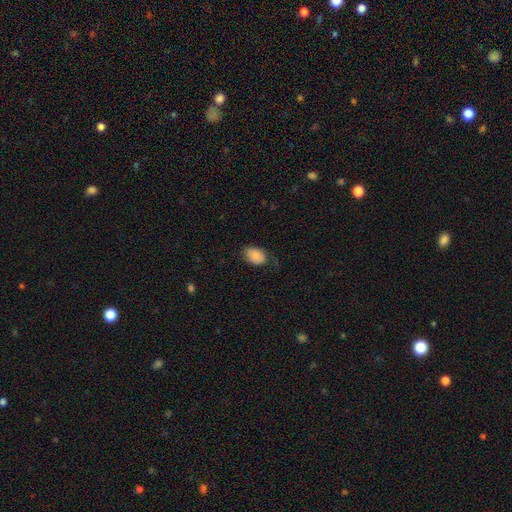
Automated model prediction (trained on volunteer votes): A smooth galaxy with no disk features (83%) that is in between round and cigar-shaped (85%). Merging: none (64%).